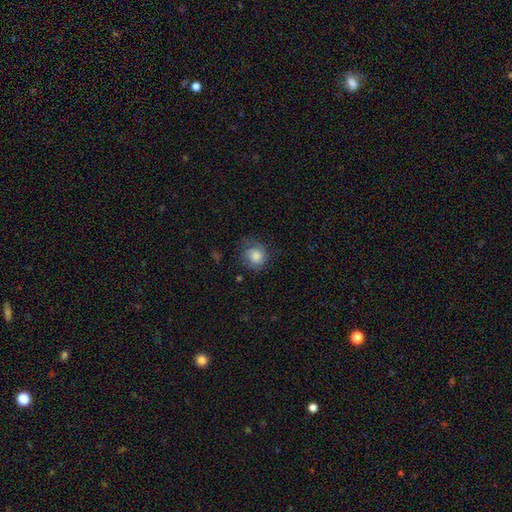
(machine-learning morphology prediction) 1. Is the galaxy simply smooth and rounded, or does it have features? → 75% smooth, 16% featured or disk, 9% star or artifact.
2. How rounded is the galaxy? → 81% round, 18% in between, 1% cigar-shaped.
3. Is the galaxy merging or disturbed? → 59% none, 26% minor disturbance, 14% major disturbance, 1% merger.